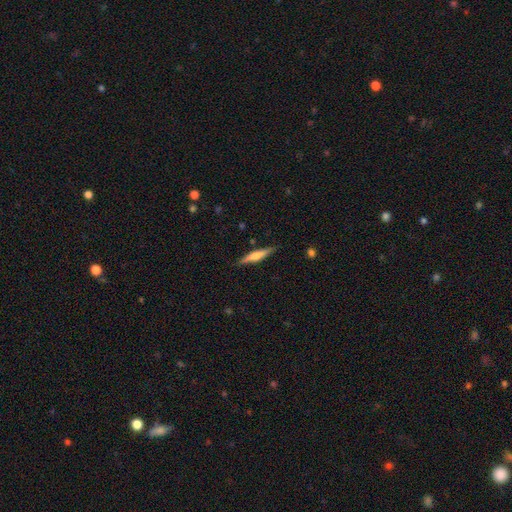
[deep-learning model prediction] Overall: featured or disk (52%; smooth 41%). Edge-on disk: yes (96%). Edge-on bulge: rounded (63%). Merging: none (86%).